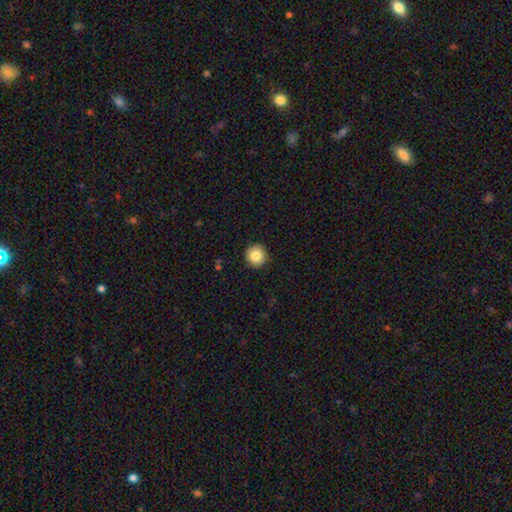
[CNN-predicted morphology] Smooth or featured: smooth — 84% (star or artifact — 9%)
How rounded: round — 96% (in between — 4%)
Merging: none — 92% (minor disturbance — 6%)